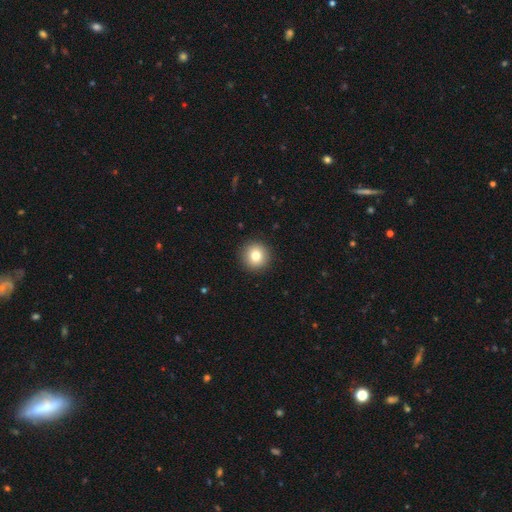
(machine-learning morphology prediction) The model was most divided on "smooth or featured": smooth: 81%, star or artifact: 10%, featured or disk: 9%. More confident: how rounded — round (95%); merging — none (93%).